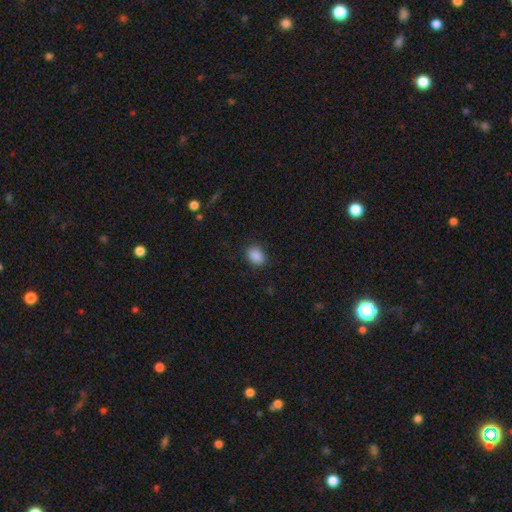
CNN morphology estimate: Q: Smooth or featured?
A: smooth (88%); runner-up: star or artifact (9%)
Q: How rounded?
A: in between (74%); runner-up: round (25%)
Q: Merging?
A: none (86%); runner-up: minor disturbance (10%)